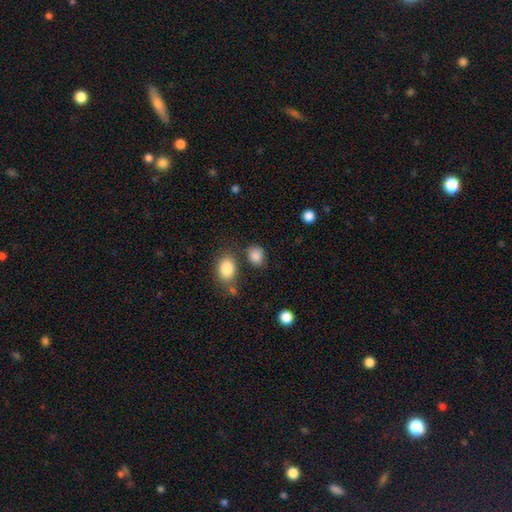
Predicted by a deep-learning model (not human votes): A smooth galaxy with no disk features (86%) that is round (52%). Merging: none (71%).